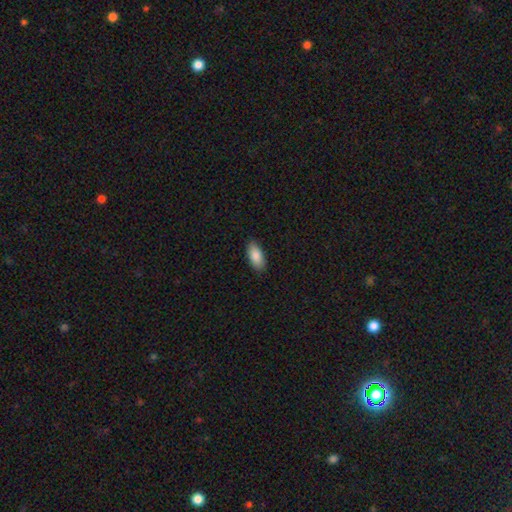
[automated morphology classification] This is clearly a smooth galaxy (87%). How rounded: clearly in between (89%). Merging: clearly none (87%).